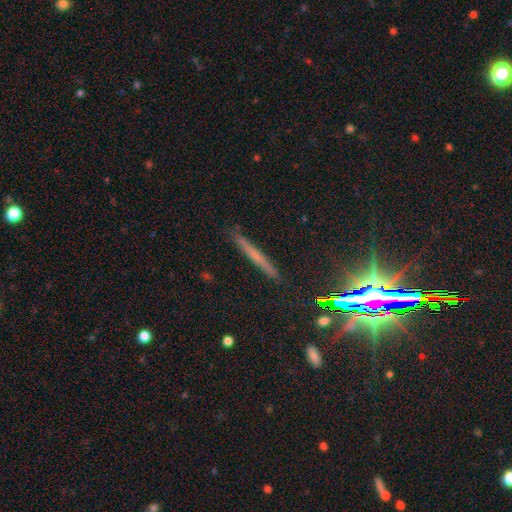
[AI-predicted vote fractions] smooth 41%, featured or disk 38%, star or artifact 21%. Down the decision tree: merging — none (87%).